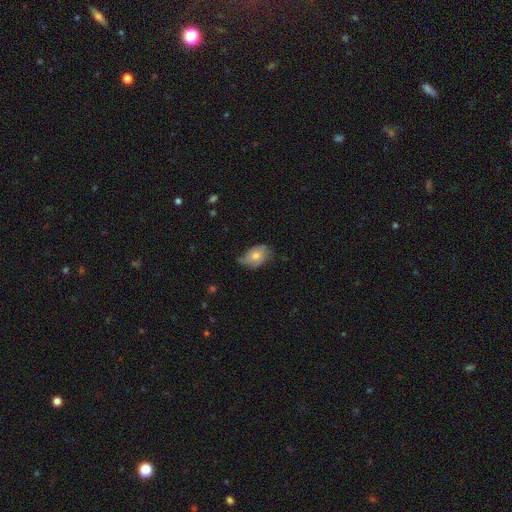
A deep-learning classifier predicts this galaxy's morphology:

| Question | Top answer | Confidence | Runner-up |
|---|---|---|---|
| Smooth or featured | smooth | 56% | featured or disk (37%) |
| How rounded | in between | 85% | round (13%) |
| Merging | none | 54% | minor disturbance (36%) |